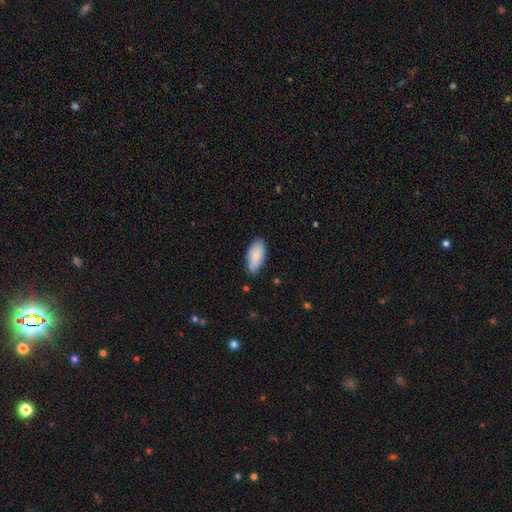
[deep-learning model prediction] smooth_or_featured: smooth (p=0.85) [alt: featured or disk p=0.09]
how_rounded: in between (p=0.90) [alt: cigar-shaped p=0.08]
merging: none (p=0.76) [alt: minor disturbance p=0.19]